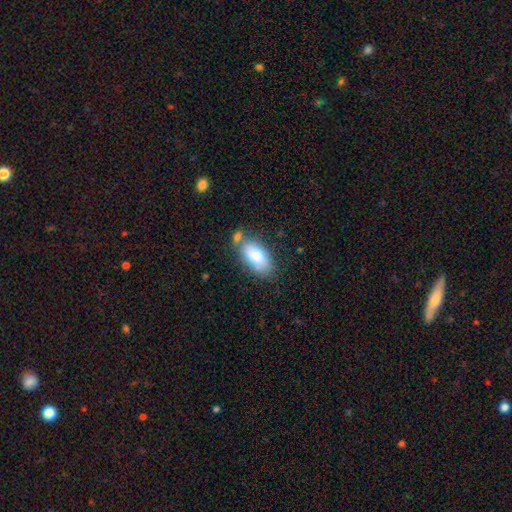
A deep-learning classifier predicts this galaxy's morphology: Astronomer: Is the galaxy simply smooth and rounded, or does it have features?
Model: smooth — 84%.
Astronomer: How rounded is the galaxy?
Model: in between — 92%.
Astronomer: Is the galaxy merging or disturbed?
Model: none — 60%.